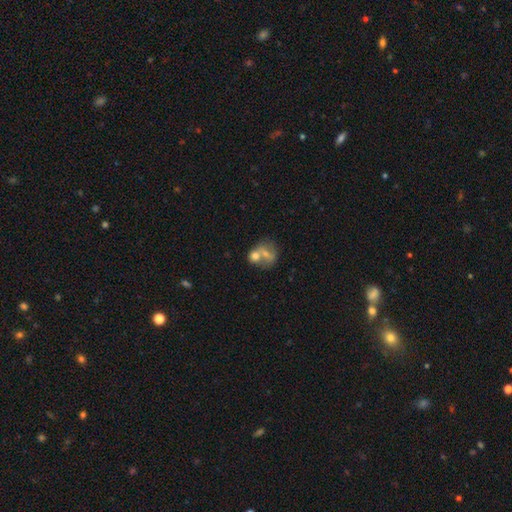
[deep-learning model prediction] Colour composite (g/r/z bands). It shows a smooth galaxy with no disk features (61%) that is round (59%). Merging: merger (61%).